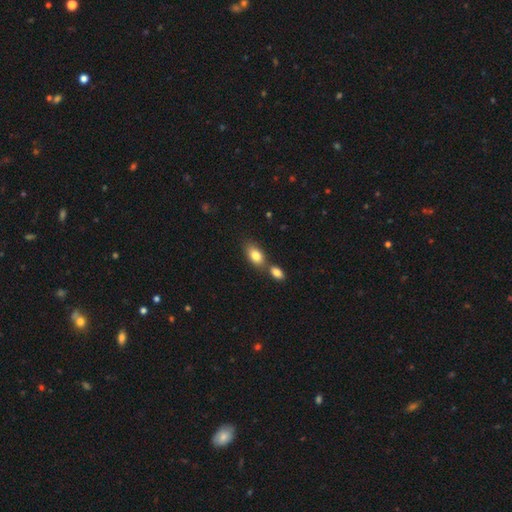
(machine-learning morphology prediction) Overall: smooth (82%). How rounded: in between (89%). Merging: none (49%; merger 38%).